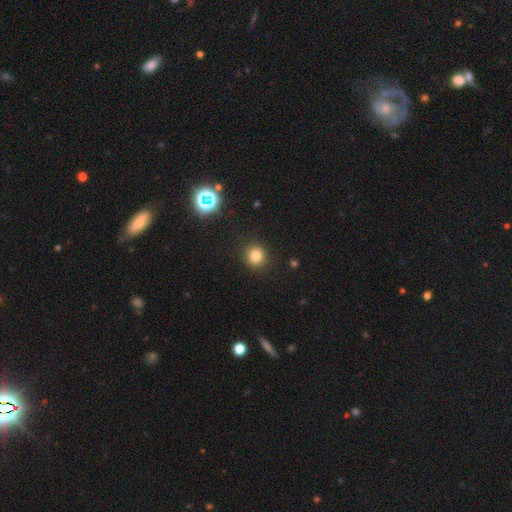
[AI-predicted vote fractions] The model was most divided on "smooth or featured": smooth: 79%, star or artifact: 14%, featured or disk: 7%. More confident: how rounded — round (92%); merging — none (91%).